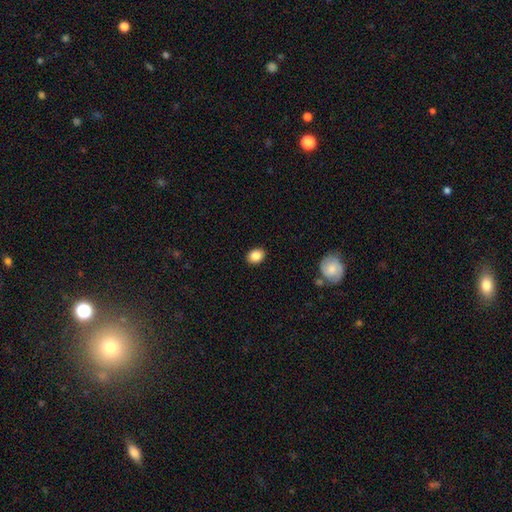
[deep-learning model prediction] smooth-or-featured: smooth: 86% | star or artifact: 9% | featured or disk: 6%
  how-rounded: in between: 61% | round: 38% | cigar-shaped: 1%
  merging: none: 89% | minor disturbance: 8% | major disturbance: 2% | merger: 1%